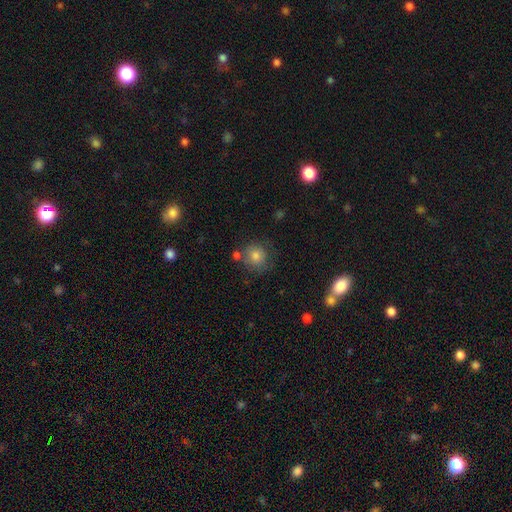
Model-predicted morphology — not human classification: smooth 79%, star or artifact 12%, featured or disk 9%. Down the decision tree: how rounded — round (88%); merging — none (73%).